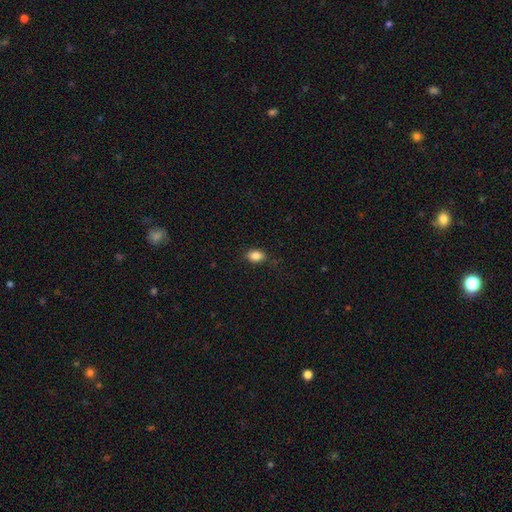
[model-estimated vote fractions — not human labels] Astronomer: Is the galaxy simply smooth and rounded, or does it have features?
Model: smooth — 85%.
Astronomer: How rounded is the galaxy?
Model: in between — 79%.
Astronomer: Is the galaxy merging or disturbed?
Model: none — 81%.